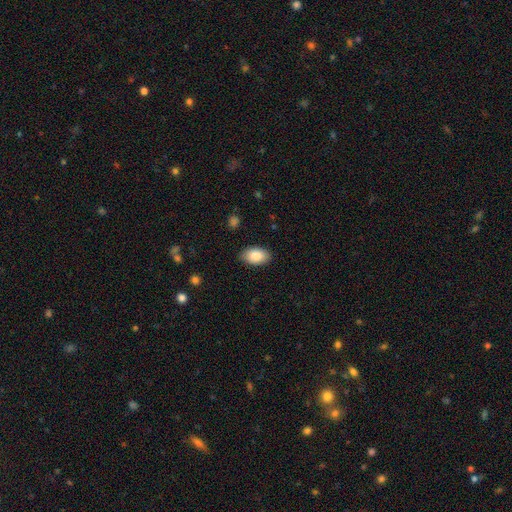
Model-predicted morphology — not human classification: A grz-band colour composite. It shows a smooth galaxy with no disk features (86%) that is in between round and cigar-shaped (93%). Merging: none (87%).